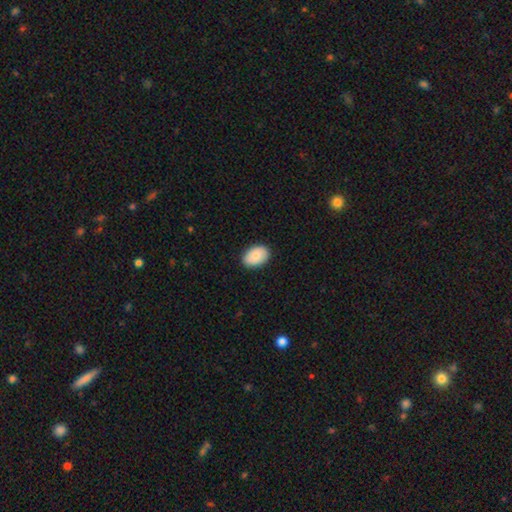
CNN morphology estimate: Q: Smooth or featured?
A: smooth (82%); runner-up: featured or disk (12%)
Q: How rounded?
A: in between (86%); runner-up: round (13%)
Q: Merging?
A: none (88%); runner-up: minor disturbance (9%)